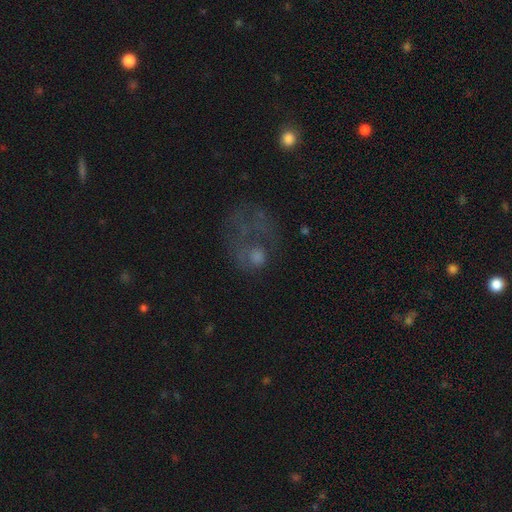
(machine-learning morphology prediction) Smooth or featured?
  - featured or disk: 40% *
  - smooth: 39%
  - star or artifact: 21%
Merging?
  - major disturbance: 54% *
  - none: 26%
  - minor disturbance: 14%
  - merger: 5%